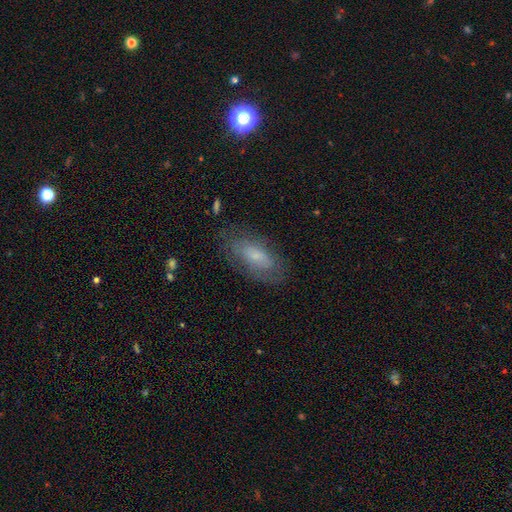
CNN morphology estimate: A smooth galaxy with no disk features (51%) that is in between round and cigar-shaped (85%). Merging: none (71%).